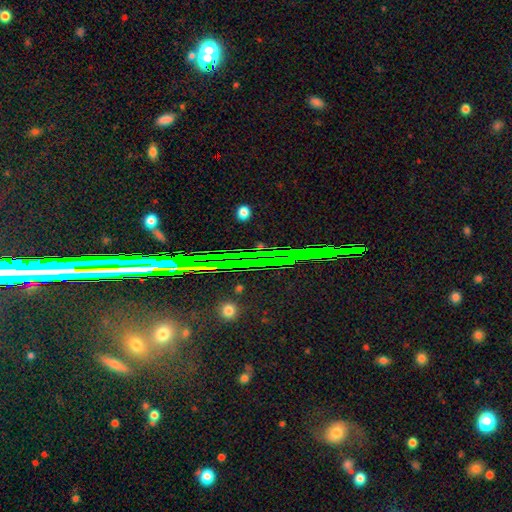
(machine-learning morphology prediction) smooth-or-featured: star or artifact: 76% | featured or disk: 13% | smooth: 11%